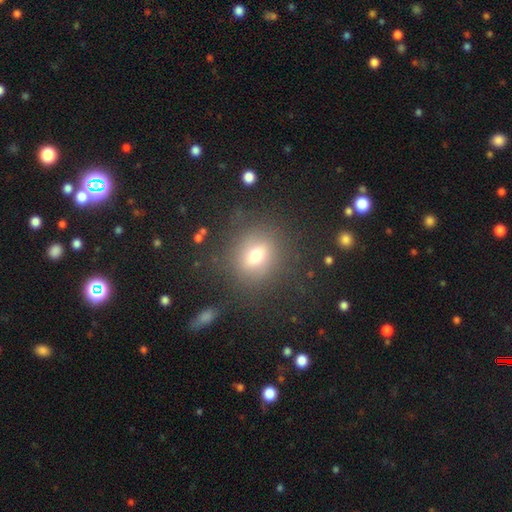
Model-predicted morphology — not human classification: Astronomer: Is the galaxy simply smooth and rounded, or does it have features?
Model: smooth — 66%.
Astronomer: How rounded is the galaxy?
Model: round — 73%.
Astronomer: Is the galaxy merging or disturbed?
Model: none — 79%.